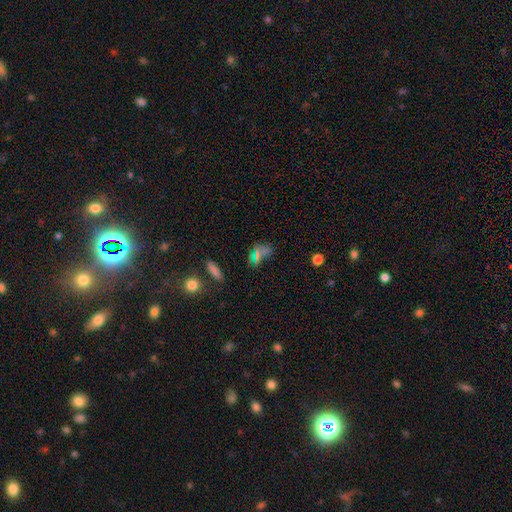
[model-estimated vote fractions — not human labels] This is possibly a smooth galaxy (52%). How rounded: likely in between (67%). Merging: likely none (66%).